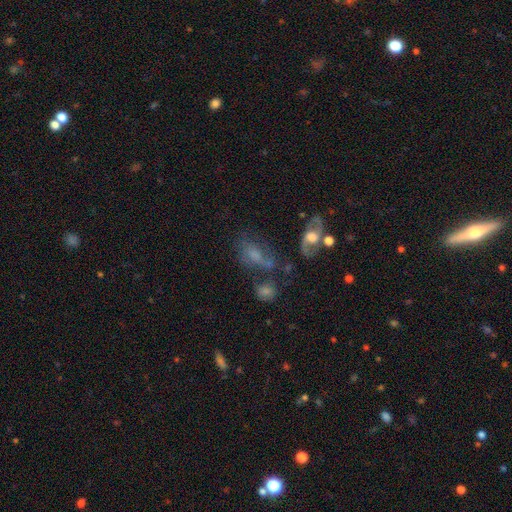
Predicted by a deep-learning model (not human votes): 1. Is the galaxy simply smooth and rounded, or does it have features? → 41% featured or disk, 40% smooth, 20% star or artifact.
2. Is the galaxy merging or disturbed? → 42% none, 20% minor disturbance, 19% major disturbance, 19% merger.